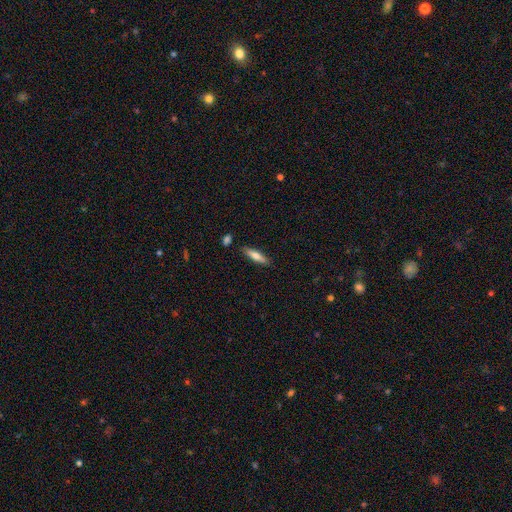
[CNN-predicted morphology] type=smooth (68%); roundness=cigar-shaped (74%); merging=none (84%).